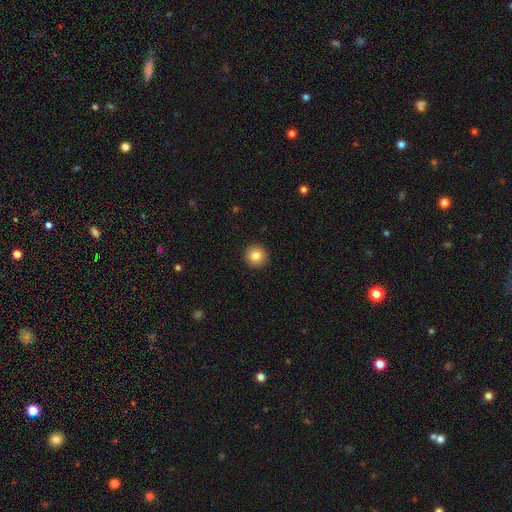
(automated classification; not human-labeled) The model was most divided on "smooth or featured": smooth: 84%, star or artifact: 10%, featured or disk: 6%. More confident: how rounded — round (95%); merging — none (93%).